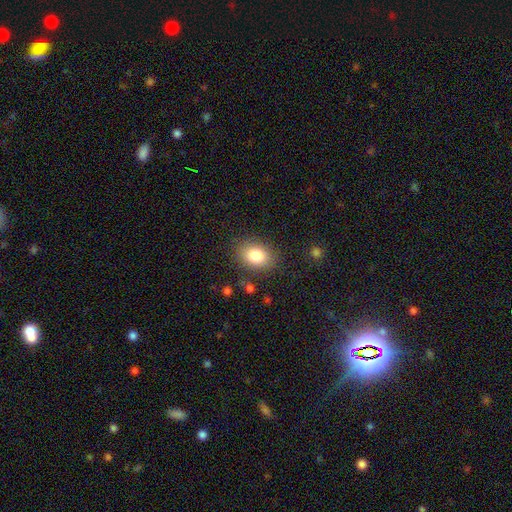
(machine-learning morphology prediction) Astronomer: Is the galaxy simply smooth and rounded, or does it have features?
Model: smooth — 82%.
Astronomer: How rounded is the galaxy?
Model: in between — 72%.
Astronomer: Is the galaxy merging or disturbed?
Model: none — 84%.